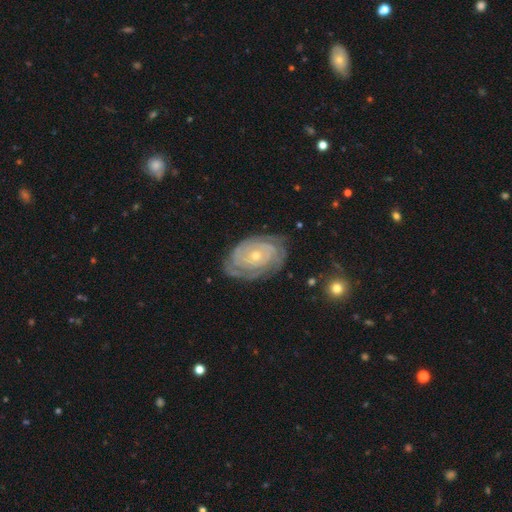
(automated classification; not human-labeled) Morphology: type=featured or disk (86%); edge-on=no (96%); bar=no (76%); spiral arms=yes (95%); winding=tight (80%); arm count=can't tell (32%); bulge=small (67%); merging=none (72%).